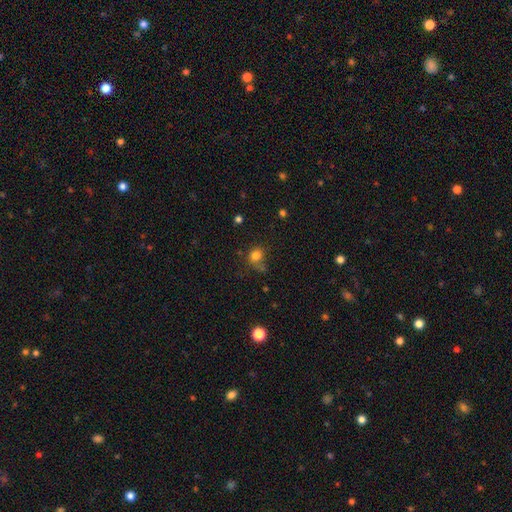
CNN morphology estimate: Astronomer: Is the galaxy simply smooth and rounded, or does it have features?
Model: smooth — 79%.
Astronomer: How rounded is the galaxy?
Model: round — 75%.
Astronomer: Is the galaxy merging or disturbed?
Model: none — 62%.